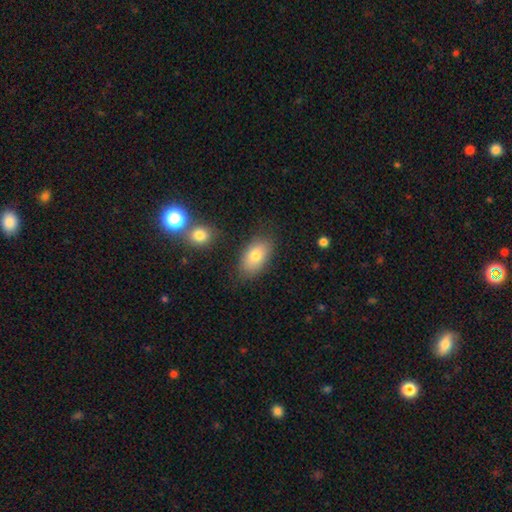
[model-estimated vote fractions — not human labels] A smooth galaxy with no disk features (78%) that is in between round and cigar-shaped (91%). Merging: none (79%).